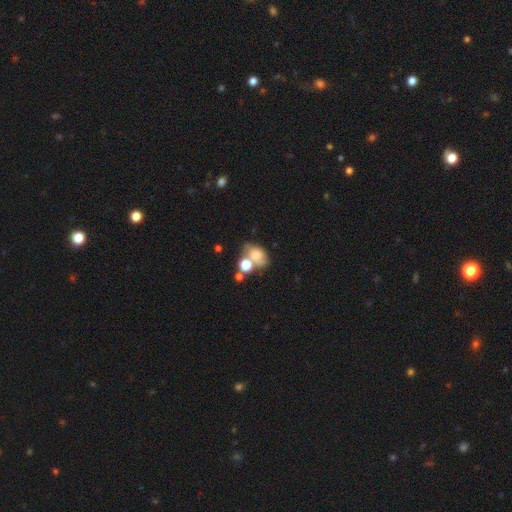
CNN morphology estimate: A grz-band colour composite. It shows a smooth galaxy with no disk features (66%) that is in between round and cigar-shaped (67%). Merging: merger (37%).